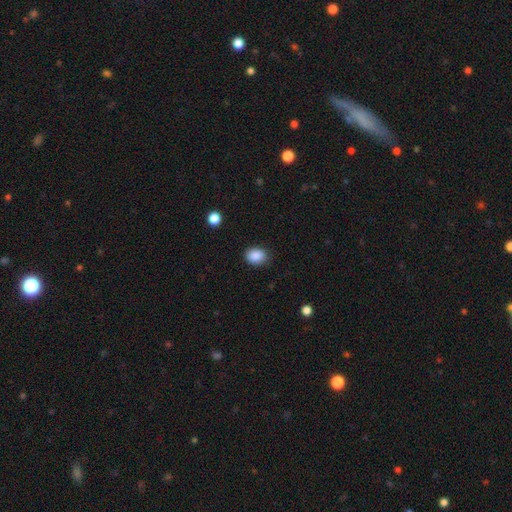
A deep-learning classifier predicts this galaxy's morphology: Q: Smooth or featured?
A: smooth (88%); runner-up: star or artifact (8%)
Q: How rounded?
A: in between (62%); runner-up: round (38%)
Q: Merging?
A: none (84%); runner-up: minor disturbance (12%)